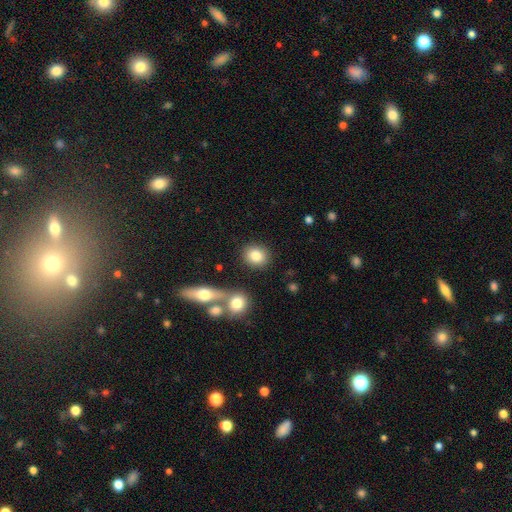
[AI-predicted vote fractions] smooth 82%, featured or disk 10%, star or artifact 9%. Down the decision tree: how rounded — round (74%); merging — none (83%).